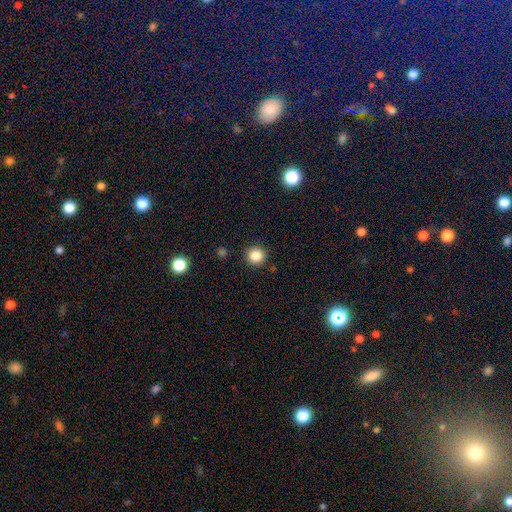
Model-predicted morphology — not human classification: A smooth galaxy with no disk features (85%) that is round (95%). Merging: none (91%).